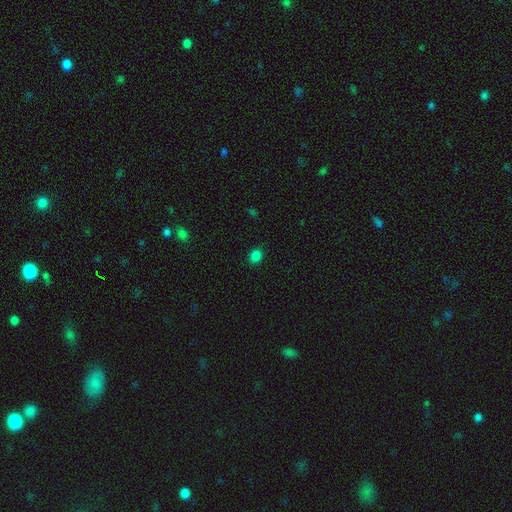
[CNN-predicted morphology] A smooth galaxy with no disk features (83%) that is round (55%).

Vote fractions:
- Smooth or featured? smooth: 83% / star or artifact: 14% / featured or disk: 3%
- How rounded? round: 55% / in between: 44% / cigar-shaped: 1%
- Merging? none: 88% / minor disturbance: 8% / major disturbance: 2% / merger: 1%